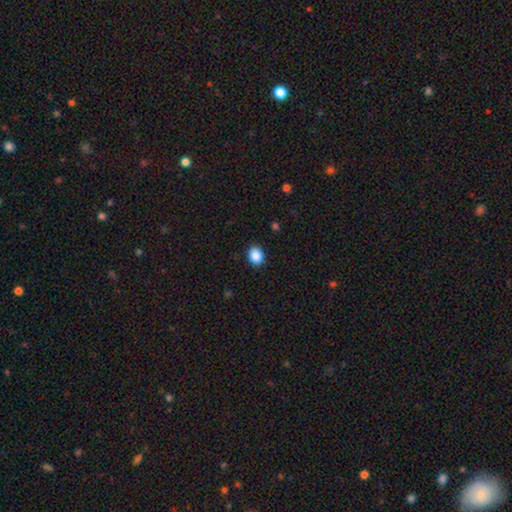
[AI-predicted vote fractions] Smooth or featured? smooth (88%)
How rounded? in between (57%)
Merging? none (90%)